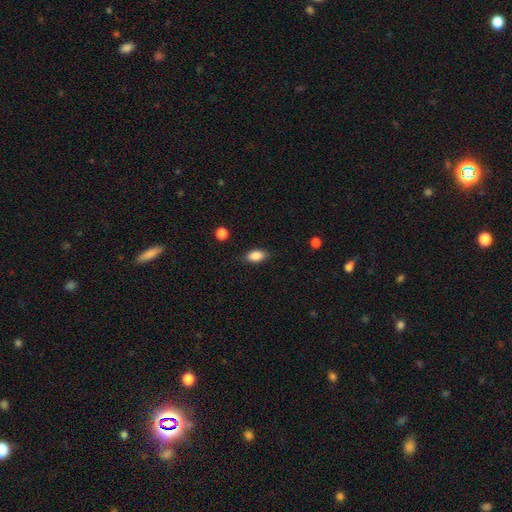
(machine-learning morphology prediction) Smooth or featured: smooth — 87% (star or artifact — 8%)
How rounded: in between — 89% (round — 7%)
Merging: none — 83% (minor disturbance — 13%)